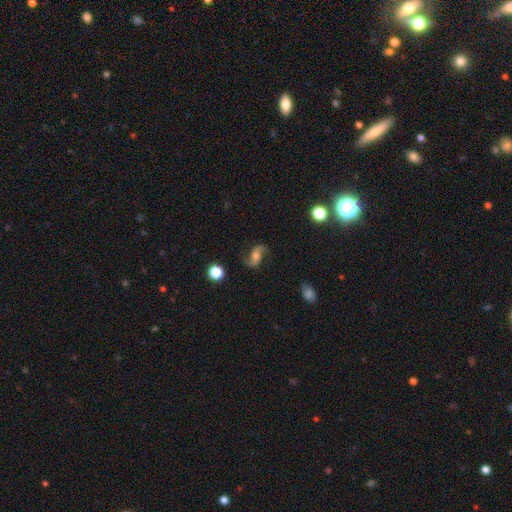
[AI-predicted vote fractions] This is clearly a featured or disk galaxy (84%). It is clearly not viewed edge-on (97%). Bar: possibly no (52%). Spiral arm pattern: clearly yes (96%). Spiral arm count: clearly 2 (94%). Spiral winding: likely loose (74%). Central bulge: possibly moderate (56%). Merging: clearly none (81%).